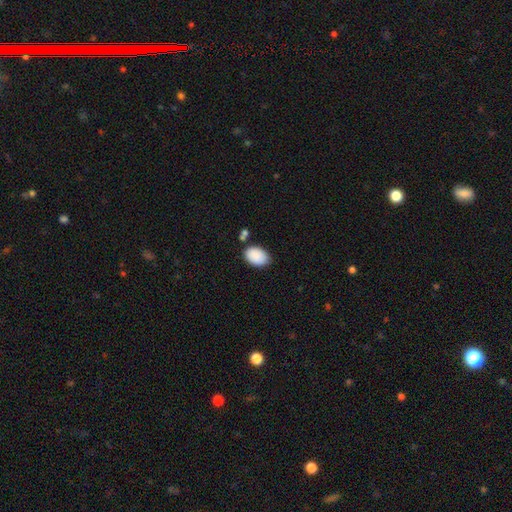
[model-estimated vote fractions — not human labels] A smooth galaxy with no disk features (90%) that is in between round and cigar-shaped (90%).

Vote fractions:
- Smooth or featured? smooth: 90% / star or artifact: 7% / featured or disk: 4%
- How rounded? in between: 90% / round: 9% / cigar-shaped: 1%
- Merging? none: 76% / minor disturbance: 15% / merger: 6% / major disturbance: 3%